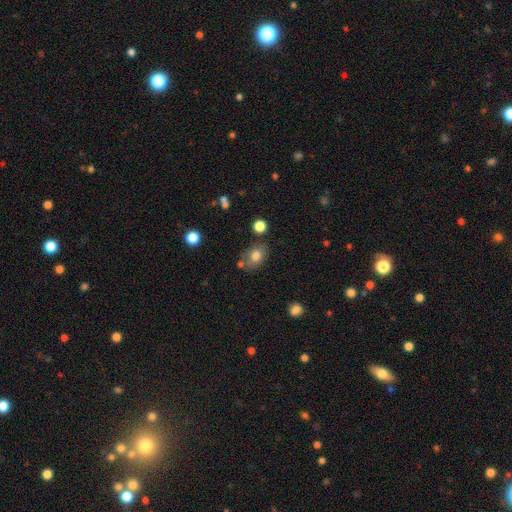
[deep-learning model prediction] Morphology: type=smooth (78%); roundness=in between (68%); merging=none (68%).